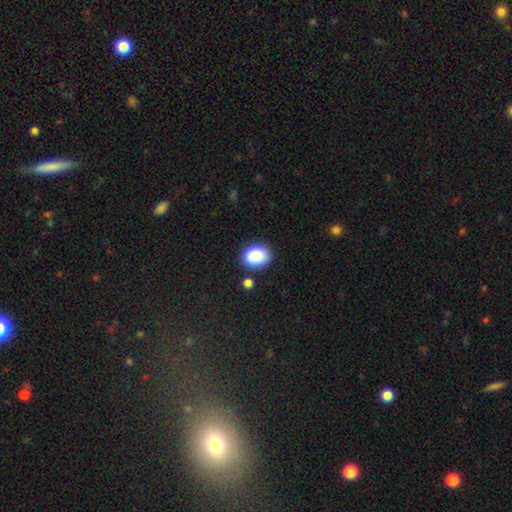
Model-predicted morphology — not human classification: This appears to be a smooth galaxy with no disk features (87%) that is in between round and cigar-shaped (61%). Merging: none (82%).